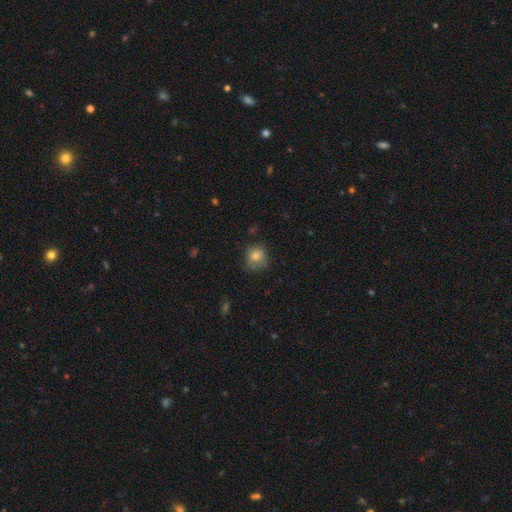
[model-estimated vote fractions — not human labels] Morphology: type=smooth (77%); roundness=round (73%); merging=none (57%).